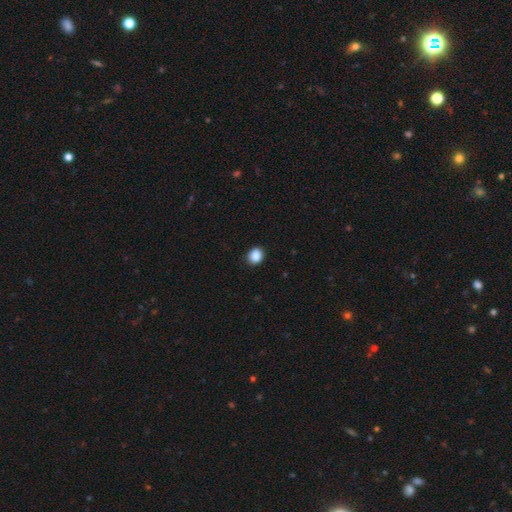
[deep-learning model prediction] This appears to be a smooth galaxy with no disk features (88%) that is round (68%). Merging: none (91%).